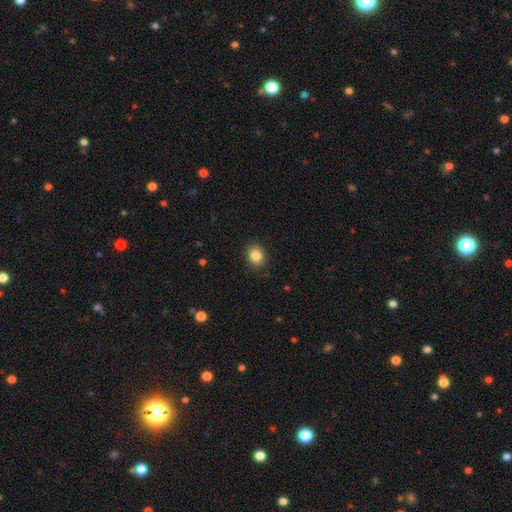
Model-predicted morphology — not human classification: The model was most divided on "how rounded": round: 59%, in between: 41%, cigar-shaped: 1%. More confident: merging — none (90%); smooth or featured — smooth (85%).